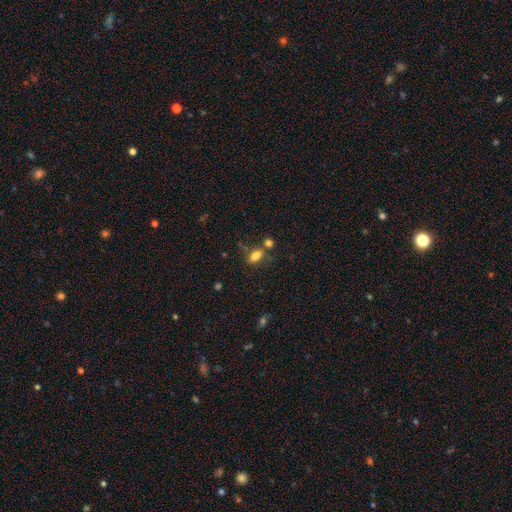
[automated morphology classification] smooth_or_featured: smooth (p=0.81) [alt: star or artifact p=0.11]
how_rounded: in between (p=0.85) [alt: round p=0.09]
merging: none (p=0.61) [alt: merger p=0.19]